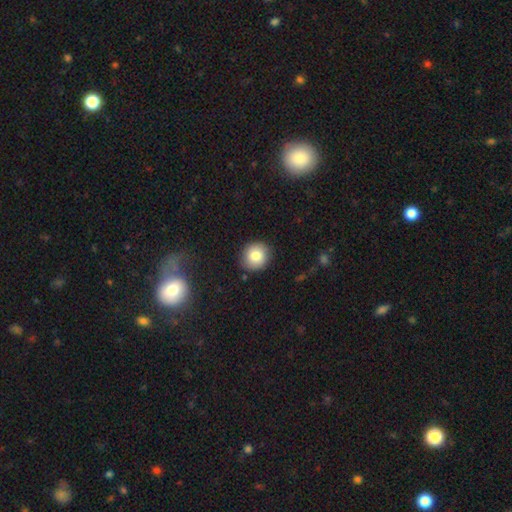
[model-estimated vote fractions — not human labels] smooth_or_featured: smooth (p=0.81) [alt: star or artifact p=0.10]
how_rounded: round (p=0.86) [alt: in between p=0.13]
merging: none (p=0.88) [alt: minor disturbance p=0.09]